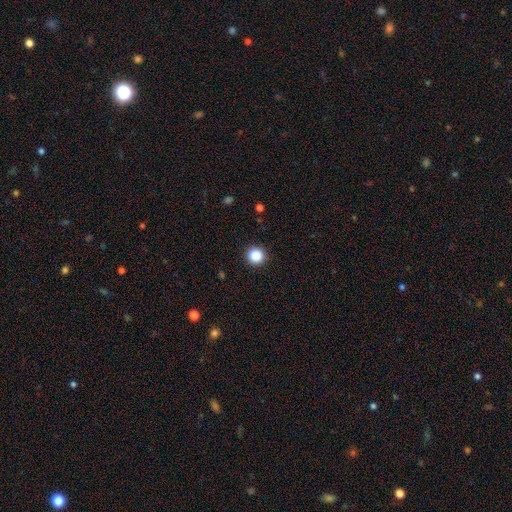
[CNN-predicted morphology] Q: Smooth or featured?
A: smooth (87%); runner-up: star or artifact (10%)
Q: How rounded?
A: round (94%); runner-up: in between (5%)
Q: Merging?
A: none (92%); runner-up: minor disturbance (5%)